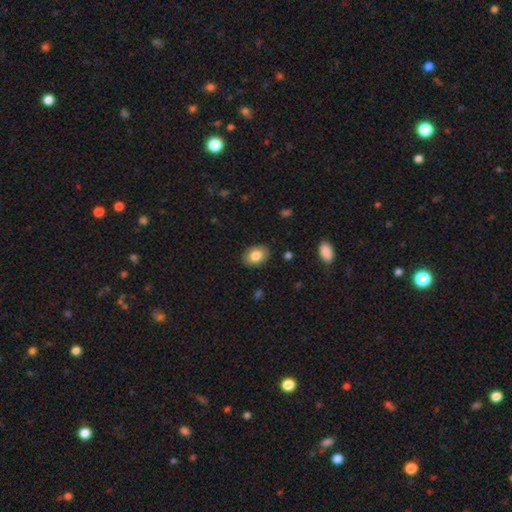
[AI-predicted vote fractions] Overall: smooth (82%). How rounded: in between (77%). Merging: none (88%).